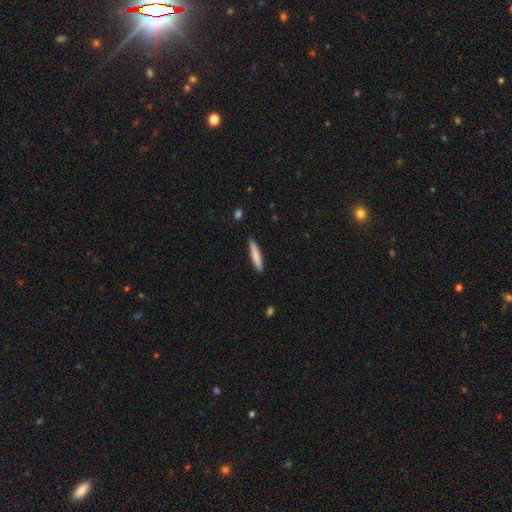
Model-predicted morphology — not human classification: Smooth or featured: smooth — 79% (featured or disk — 16%)
How rounded: cigar-shaped — 93% (in between — 6%)
Merging: none — 90% (minor disturbance — 7%)